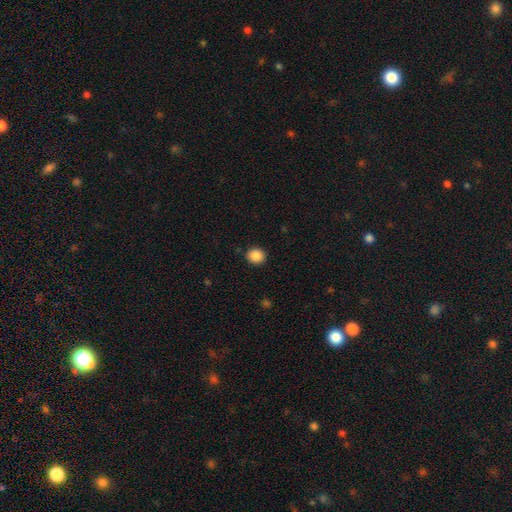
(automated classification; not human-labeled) smooth_or_featured: smooth (p=0.87) [alt: star or artifact p=0.09]
how_rounded: round (p=0.84) [alt: in between p=0.15]
merging: none (p=0.90) [alt: minor disturbance p=0.07]